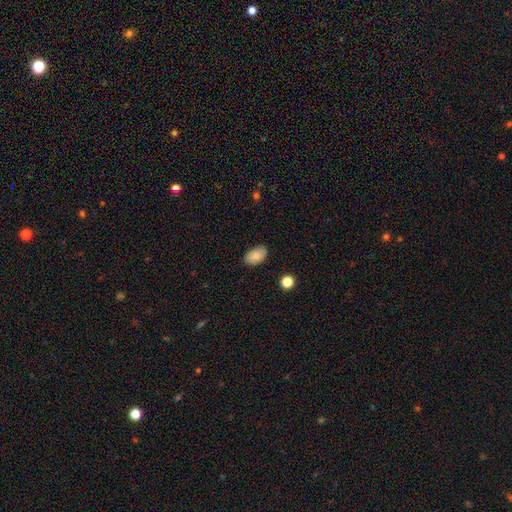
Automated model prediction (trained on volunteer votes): Overall: smooth (87%). How rounded: in between (92%). Merging: none (84%).